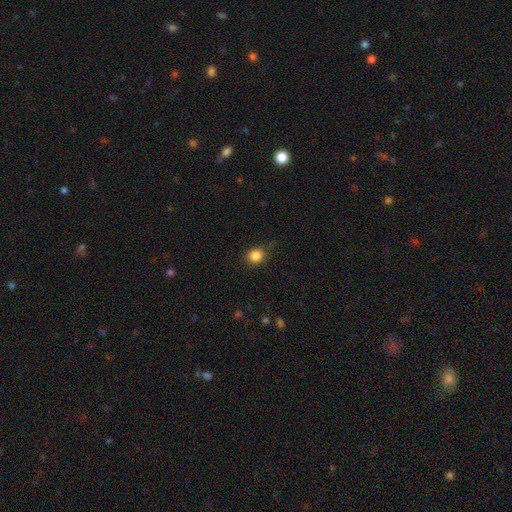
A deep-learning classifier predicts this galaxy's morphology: Smooth or featured: smooth — 85% (star or artifact — 11%)
How rounded: round — 80% (in between — 19%)
Merging: none — 83% (minor disturbance — 13%)